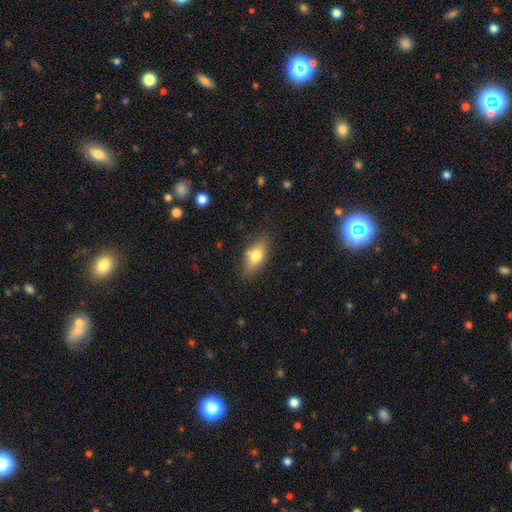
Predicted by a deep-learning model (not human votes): Q: Smooth or featured?
A: smooth (71%); runner-up: featured or disk (21%)
Q: How rounded?
A: in between (80%); runner-up: cigar-shaped (13%)
Q: Merging?
A: none (77%); runner-up: minor disturbance (16%)